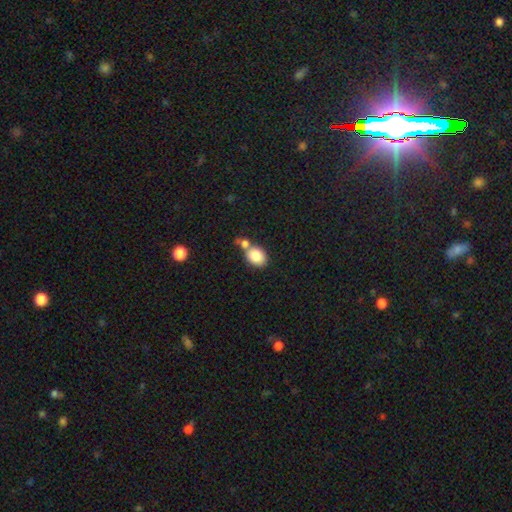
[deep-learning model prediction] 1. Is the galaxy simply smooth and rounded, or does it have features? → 83% smooth, 9% featured or disk, 8% star or artifact.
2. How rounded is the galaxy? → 57% in between, 41% round, 1% cigar-shaped.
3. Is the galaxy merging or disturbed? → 50% none, 35% merger, 12% minor disturbance, 4% major disturbance.